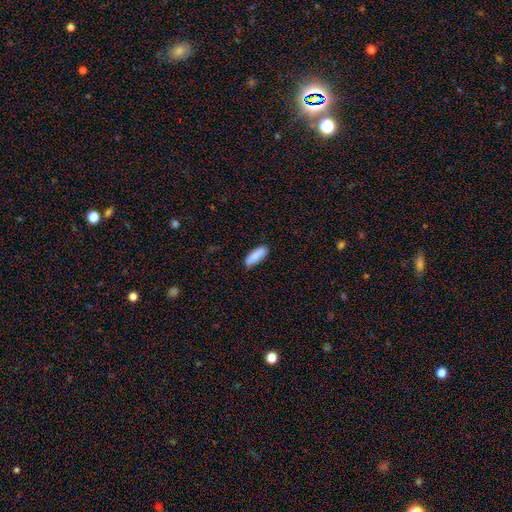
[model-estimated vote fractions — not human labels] A smooth galaxy with no disk features (87%) that is in between round and cigar-shaped (60%).

Vote fractions:
- Smooth or featured? smooth: 87% / featured or disk: 6% / star or artifact: 6%
- How rounded? in between: 60% / cigar-shaped: 38% / round: 2%
- Merging? none: 82% / minor disturbance: 14% / major disturbance: 2% / merger: 2%